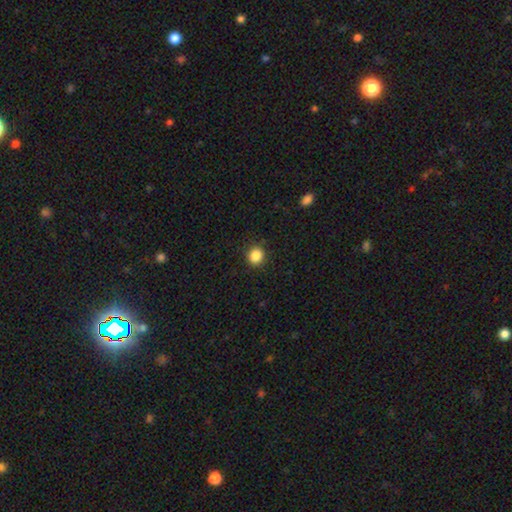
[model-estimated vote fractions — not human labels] smooth-or-featured: smooth: 86% | star or artifact: 10% | featured or disk: 3%
  how-rounded: round: 84% | in between: 15% | cigar-shaped: 1%
  merging: none: 90% | minor disturbance: 7% | major disturbance: 2% | merger: 1%